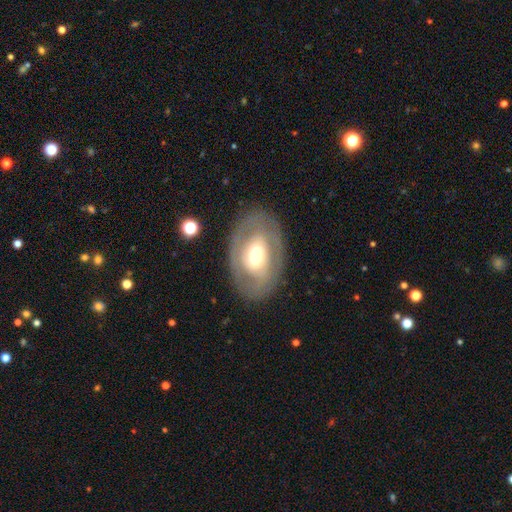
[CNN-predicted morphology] Smooth or featured? Predicted: featured or disk (p=0.61). Edge-on disk? Predicted: no (p=0.93). Bar? Predicted: no (p=0.68). Spiral arms? Predicted: no (p=0.57). Bulge size? Predicted: moderate (p=0.37). Merging? Predicted: none (p=0.80).